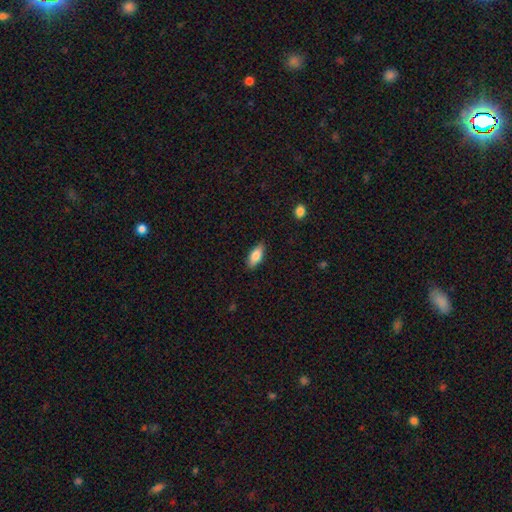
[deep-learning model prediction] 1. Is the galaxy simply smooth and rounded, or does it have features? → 80% smooth, 13% featured or disk, 7% star or artifact.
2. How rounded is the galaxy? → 84% in between, 13% cigar-shaped, 3% round.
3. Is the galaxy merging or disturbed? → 84% none, 12% minor disturbance, 2% major disturbance, 1% merger.